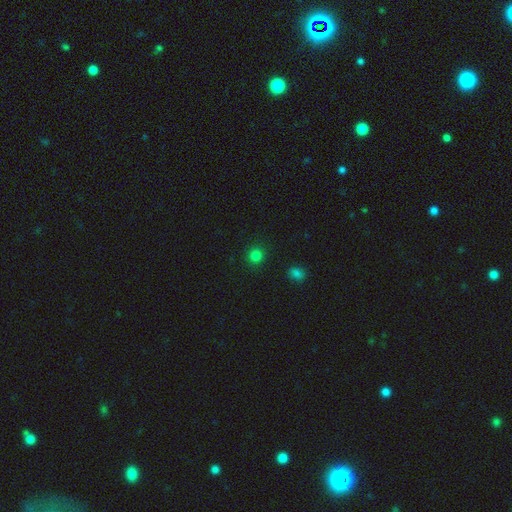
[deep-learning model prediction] Smooth or featured?
  - smooth: 81% *
  - star or artifact: 15%
  - featured or disk: 4%
How rounded?
  - round: 91% *
  - in between: 8%
  - cigar-shaped: 1%
Merging?
  - none: 91% *
  - minor disturbance: 5%
  - major disturbance: 2%
  - merger: 2%